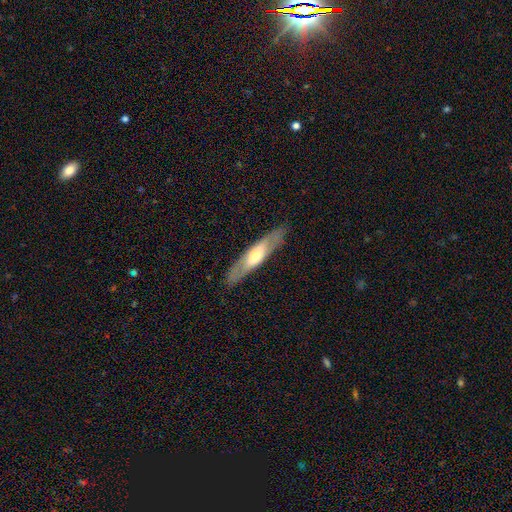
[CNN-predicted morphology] Smooth or featured: featured or disk — 54% (smooth — 40%)
Edge-on disk: yes — 60% (no — 40%)
Merging: none — 86% (minor disturbance — 10%)